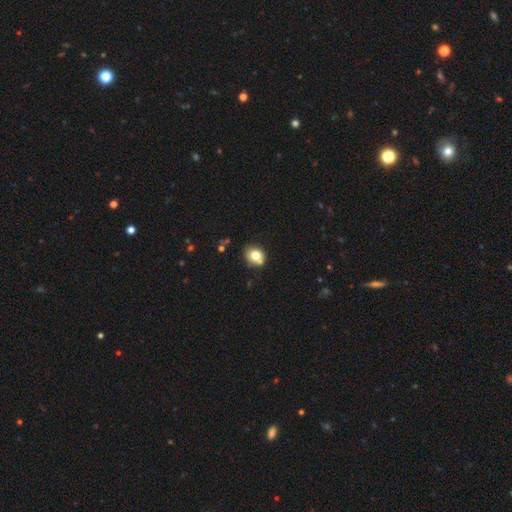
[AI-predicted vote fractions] smooth-or-featured: smooth: 76% | featured or disk: 13% | star or artifact: 11%
  how-rounded: round: 64% | in between: 35% | cigar-shaped: 1%
  merging: none: 73% | minor disturbance: 14% | merger: 10% | major disturbance: 3%